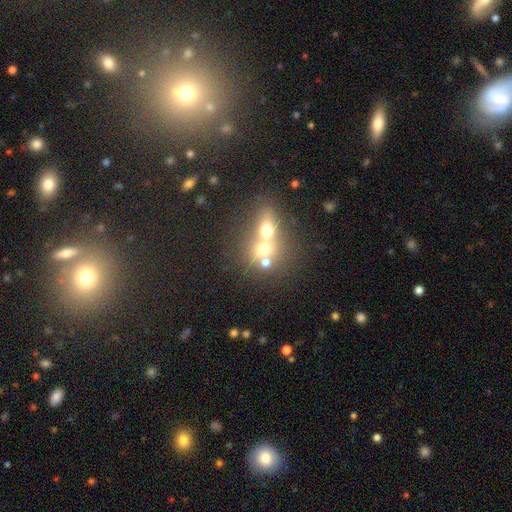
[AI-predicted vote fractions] Overall: smooth (48%; star or artifact 26%). Merging: merger (57%; none 32%).